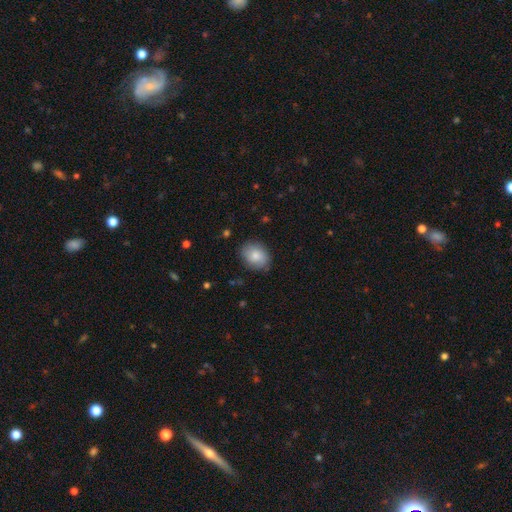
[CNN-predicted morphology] smooth_or_featured: smooth (p=0.80) [alt: featured or disk p=0.13]
how_rounded: in between (p=0.59) [alt: round p=0.40]
merging: none (p=0.81) [alt: minor disturbance p=0.14]